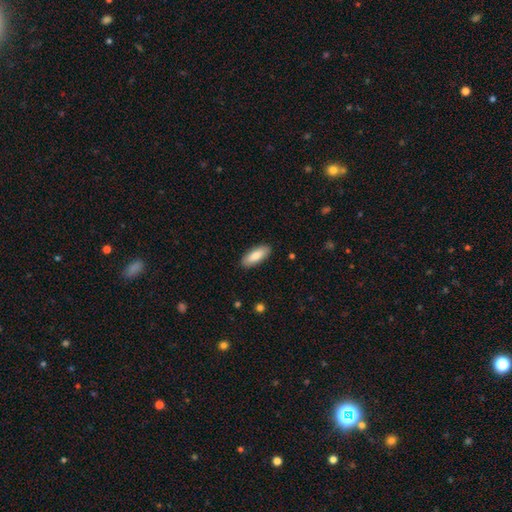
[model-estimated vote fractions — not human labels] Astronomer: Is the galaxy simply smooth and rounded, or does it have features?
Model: smooth — 82%.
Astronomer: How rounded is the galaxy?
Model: in between — 77%.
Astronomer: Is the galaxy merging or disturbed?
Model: none — 89%.